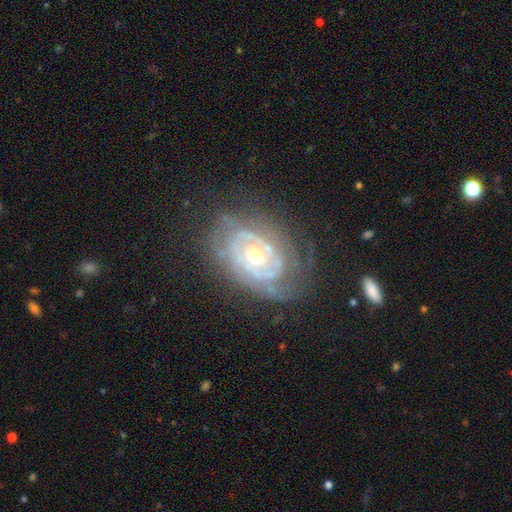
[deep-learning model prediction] This appears to be a featured or disk galaxy (86%) with no bar (78%), tight (75%) spiral arms (87%) and a moderate central bulge (62%). Merging: none (67%).